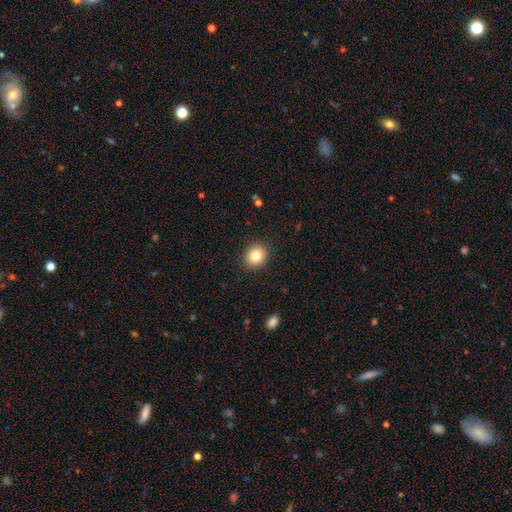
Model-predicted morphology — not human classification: smooth-or-featured: smooth: 82% | star or artifact: 11% | featured or disk: 7%
  how-rounded: round: 79% | in between: 20% | cigar-shaped: 1%
  merging: none: 91% | minor disturbance: 6% | major disturbance: 2% | merger: 1%